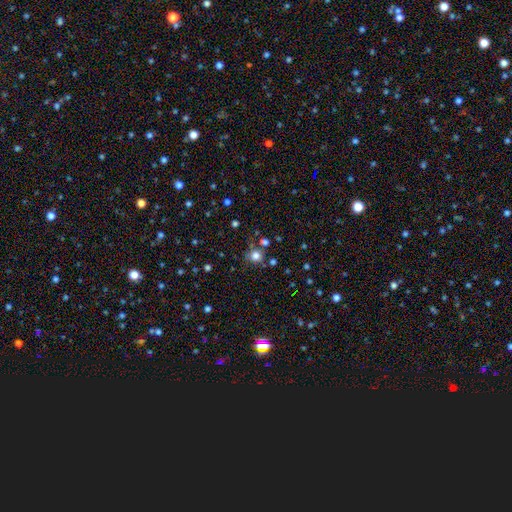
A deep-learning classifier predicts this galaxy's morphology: smooth 77%, star or artifact 16%, featured or disk 7%. Down the decision tree: how rounded — round (88%); merging — none (71%).